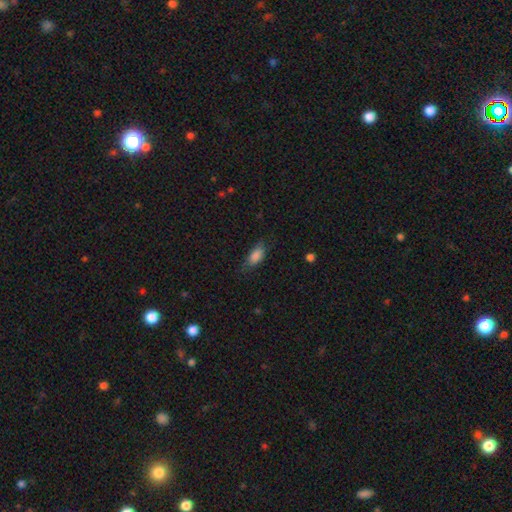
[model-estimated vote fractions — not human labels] Smooth or featured: smooth — 85% (star or artifact — 8%)
How rounded: in between — 85% (cigar-shaped — 12%)
Merging: none — 70% (minor disturbance — 22%)